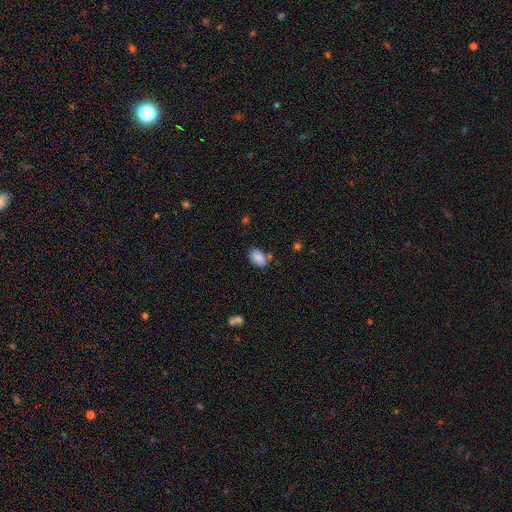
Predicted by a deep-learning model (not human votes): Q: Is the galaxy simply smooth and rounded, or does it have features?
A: smooth — 87%.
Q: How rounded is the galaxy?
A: in between — 91%.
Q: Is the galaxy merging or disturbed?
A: none — 74%.